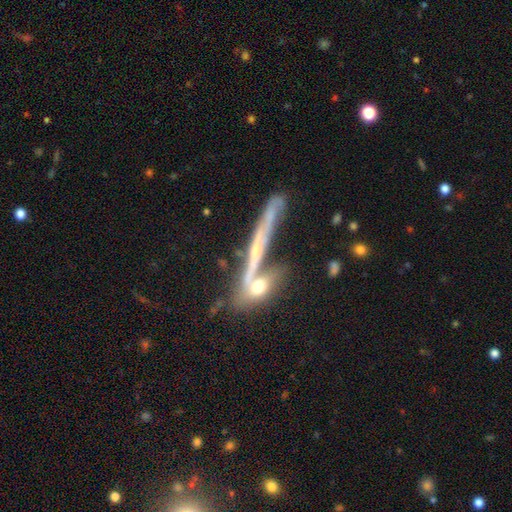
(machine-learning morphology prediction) Smooth or featured?
  - featured or disk: 57% *
  - smooth: 30%
  - star or artifact: 13%
Edge-on disk?
  - yes: 76% *
  - no: 24%
Merging?
  - none: 44% *
  - merger: 34%
  - minor disturbance: 13%
  - major disturbance: 10%